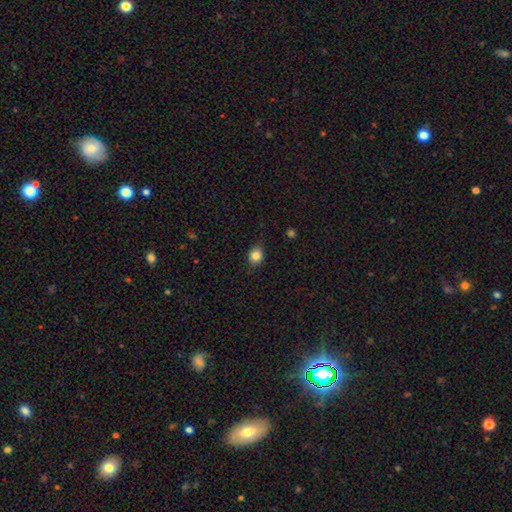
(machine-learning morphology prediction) Q: Smooth or featured?
A: smooth (84%); runner-up: star or artifact (10%)
Q: How rounded?
A: round (55%); runner-up: in between (44%)
Q: Merging?
A: none (80%); runner-up: minor disturbance (16%)